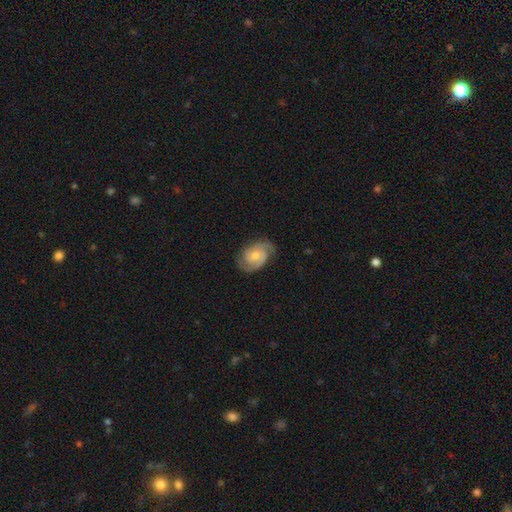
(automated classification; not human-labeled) Smooth or featured? featured or disk (83%)
Edge-on disk? no (97%)
Bar? no (63%)
Spiral arms? yes (97%)
Spiral winding? tight (53%)
Spiral arm count? 2 (70%)
Bulge size? moderate (50%)
Merging? none (76%)